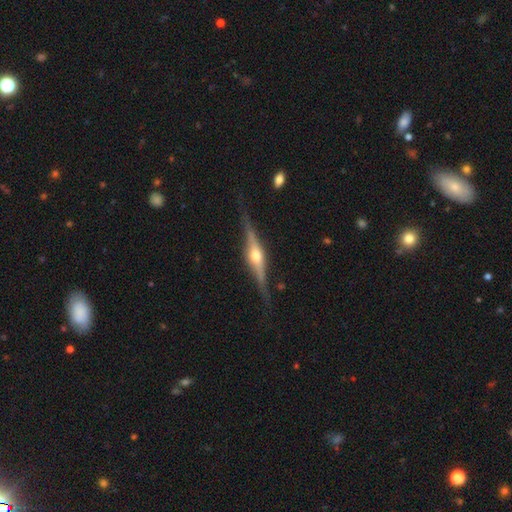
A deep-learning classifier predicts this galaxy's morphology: smooth-or-featured: featured or disk: 84% | smooth: 11% | star or artifact: 5%
  disk-edge-on: yes: 98% | no: 2%
    edge-on-bulge: rounded: 93% | boxy: 5% | none: 2%
  merging: none: 86% | minor disturbance: 10% | major disturbance: 2% | merger: 1%